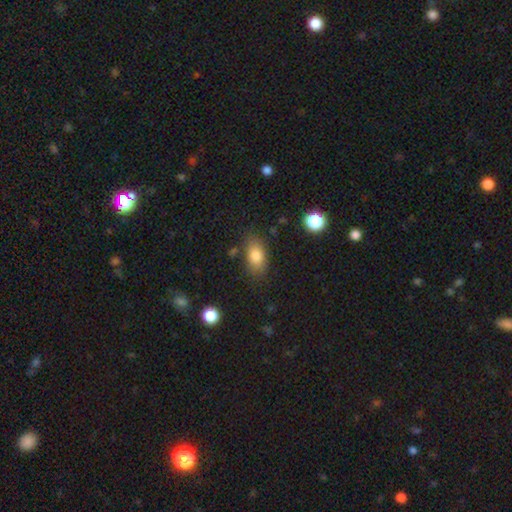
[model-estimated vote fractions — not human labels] Smooth or featured: smooth — 82% (featured or disk — 9%)
How rounded: in between — 87% (round — 9%)
Merging: none — 77% (minor disturbance — 15%)